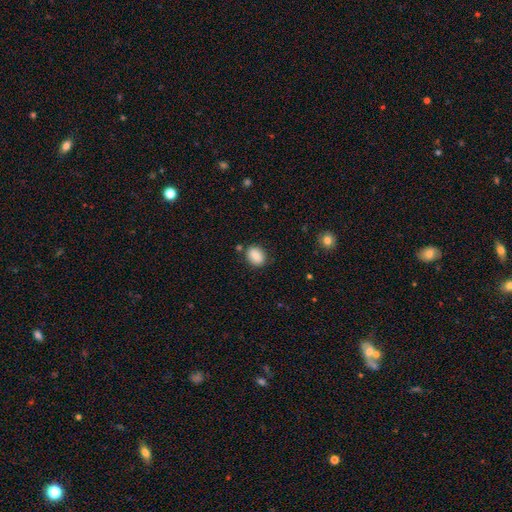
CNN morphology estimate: Smooth or featured?
  - smooth: 87% *
  - star or artifact: 8%
  - featured or disk: 5%
How rounded?
  - in between: 64% *
  - round: 34%
  - cigar-shaped: 1%
Merging?
  - none: 81% *
  - minor disturbance: 12%
  - merger: 4%
  - major disturbance: 3%